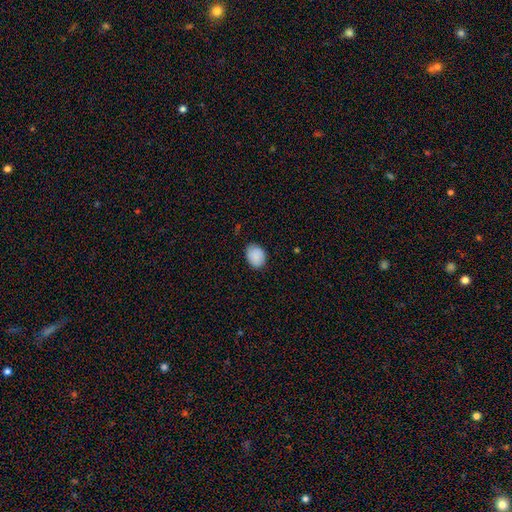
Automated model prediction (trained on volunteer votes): Smooth or featured: smooth — 89% (star or artifact — 7%)
How rounded: in between — 60% (round — 39%)
Merging: none — 80% (minor disturbance — 17%)